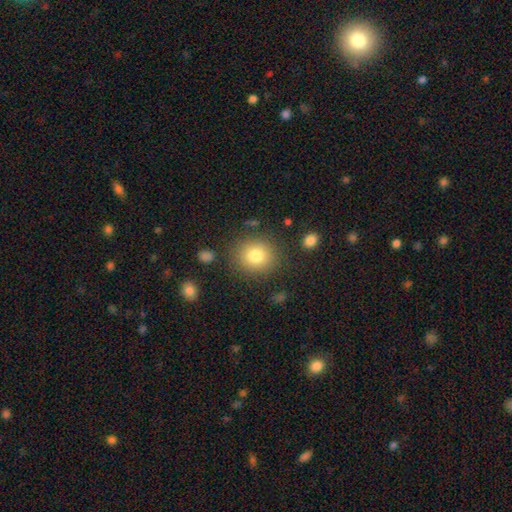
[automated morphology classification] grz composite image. It shows a smooth galaxy with no disk features (80%) that is round (78%). Merging: none (84%).